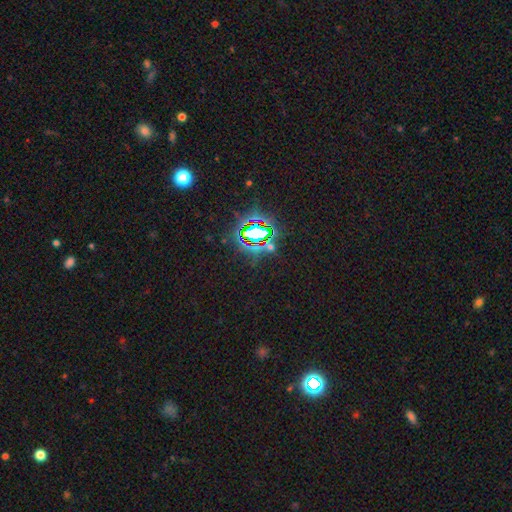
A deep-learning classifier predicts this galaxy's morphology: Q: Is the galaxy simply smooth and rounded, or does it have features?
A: star or artifact — 80%.